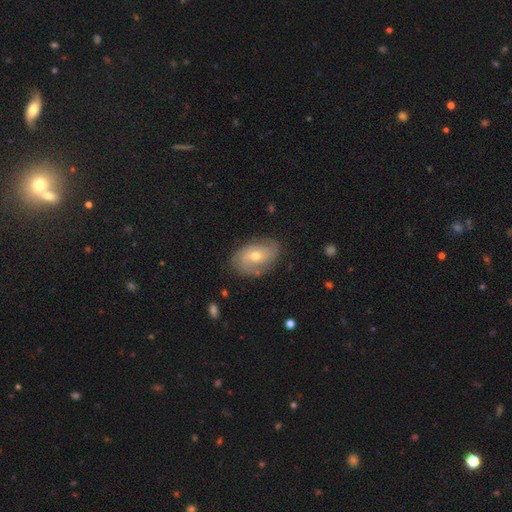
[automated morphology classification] This appears to be a featured or disk galaxy (65%) with no bar (62%), 2 (53%) tight (45%) spiral arms (83%) and a moderate central bulge (51%). Merging: none (77%).